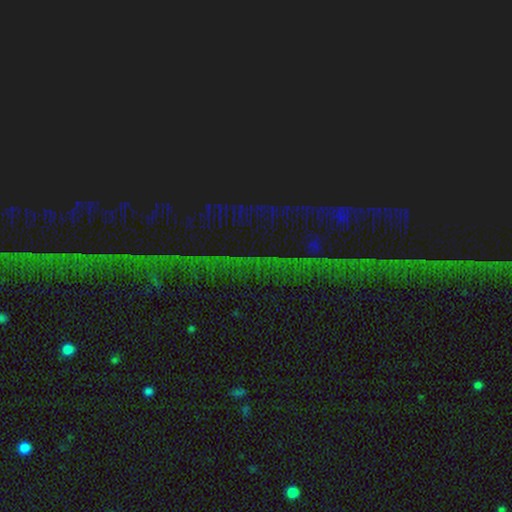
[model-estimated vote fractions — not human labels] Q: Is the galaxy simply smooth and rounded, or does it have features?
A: star or artifact — 82%.